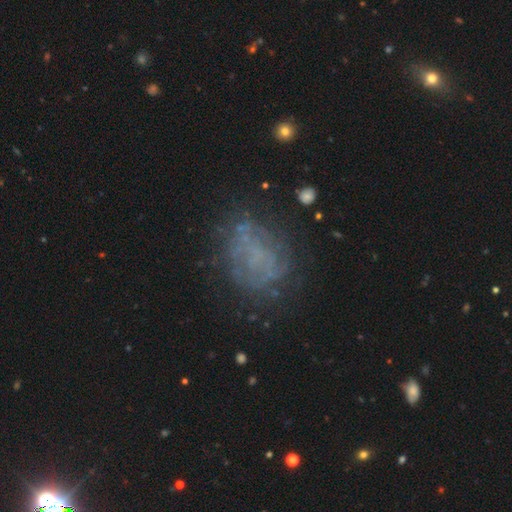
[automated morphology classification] A featured or disk galaxy (47%).

Vote fractions:
- Smooth or featured? featured or disk: 47% / smooth: 31% / star or artifact: 21%
- Merging? none: 60% / minor disturbance: 18% / major disturbance: 18% / merger: 3%